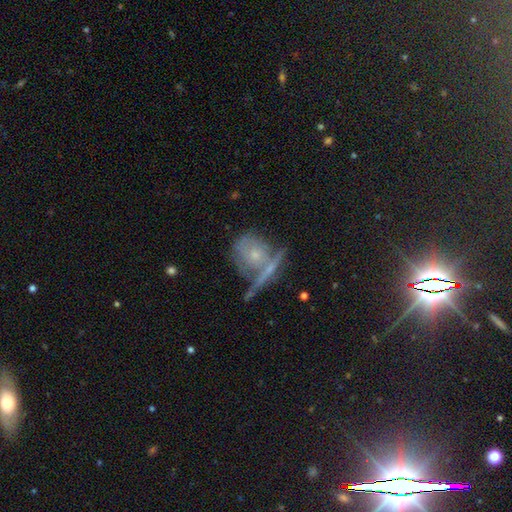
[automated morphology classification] The model was most divided on "smooth or featured": featured or disk: 44%, star or artifact: 28%, smooth: 27%. Remaining: merging — none (49%).